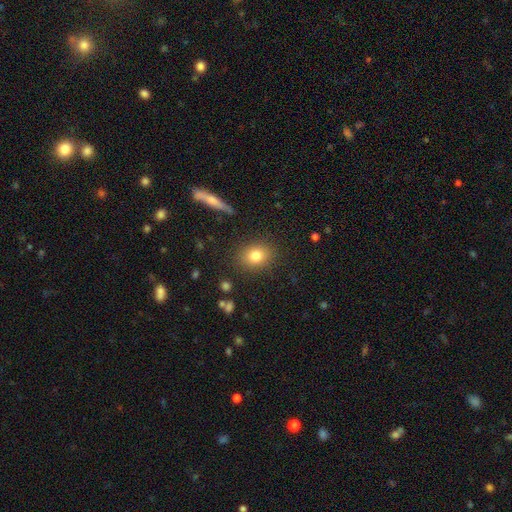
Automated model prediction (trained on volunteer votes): smooth_or_featured: smooth (p=0.80) [alt: star or artifact p=0.10]
how_rounded: in between (p=0.52) [alt: round p=0.46]
merging: none (p=0.86) [alt: minor disturbance p=0.09]